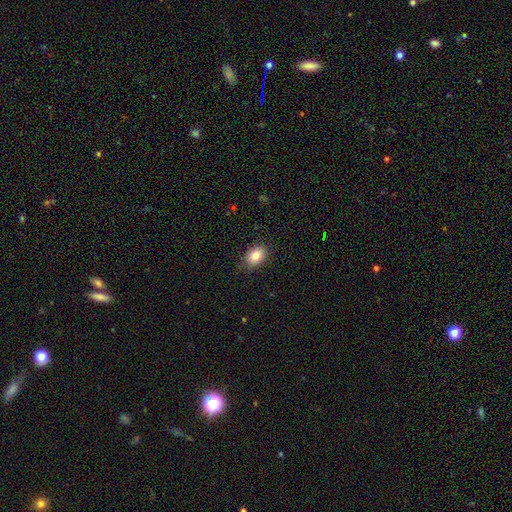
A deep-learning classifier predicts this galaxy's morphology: Smooth or featured? Predicted: smooth (p=0.82). How rounded? Predicted: in between (p=0.79). Merging? Predicted: none (p=0.84).